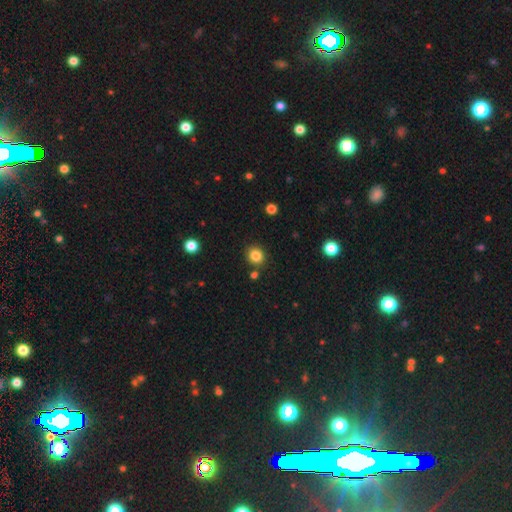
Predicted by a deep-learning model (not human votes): Smooth or featured: smooth — 84% (star or artifact — 12%)
How rounded: round — 84% (in between — 16%)
Merging: none — 85% (minor disturbance — 8%)